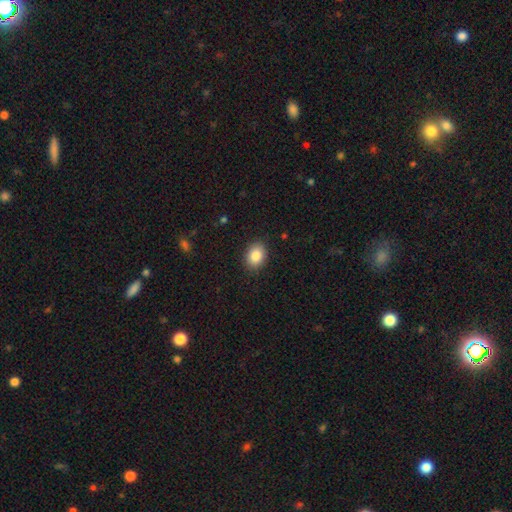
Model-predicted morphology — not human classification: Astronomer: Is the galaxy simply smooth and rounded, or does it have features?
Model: smooth — 86%.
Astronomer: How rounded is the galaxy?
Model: in between — 64%.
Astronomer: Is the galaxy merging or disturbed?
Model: none — 88%.